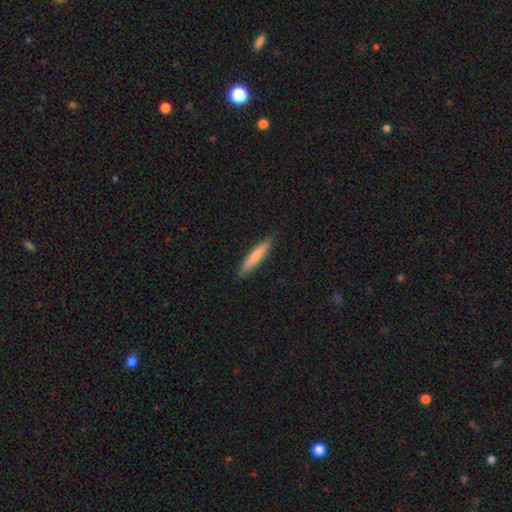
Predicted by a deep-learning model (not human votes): Morphology: type=smooth (77%); roundness=cigar-shaped (90%); merging=none (89%).